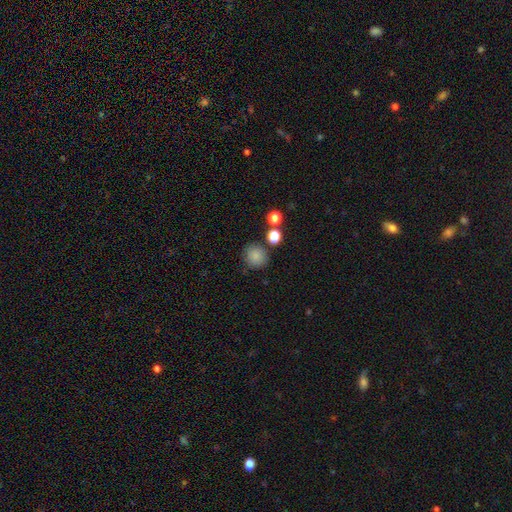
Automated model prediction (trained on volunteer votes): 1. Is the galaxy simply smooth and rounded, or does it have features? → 84% smooth, 11% star or artifact, 4% featured or disk.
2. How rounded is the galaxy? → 90% round, 9% in between, 1% cigar-shaped.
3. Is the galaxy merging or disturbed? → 81% none, 10% minor disturbance, 6% merger, 3% major disturbance.